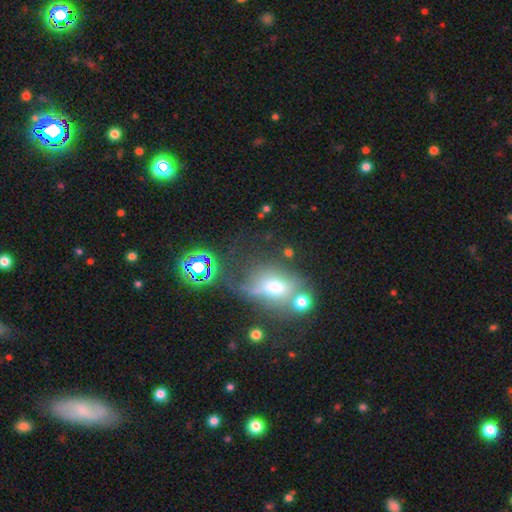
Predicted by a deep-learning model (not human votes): This appears to be a smooth galaxy with no disk features (41%). Merging: none (41%).